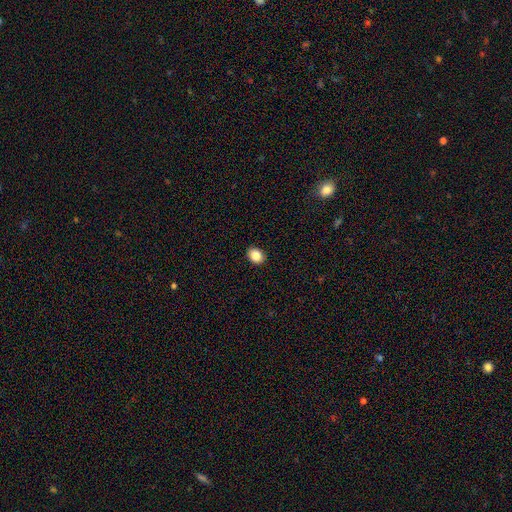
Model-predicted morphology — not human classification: smooth_or_featured: smooth (p=0.87) [alt: star or artifact p=0.09]
how_rounded: in between (p=0.57) [alt: round p=0.42]
merging: none (p=0.91) [alt: minor disturbance p=0.07]